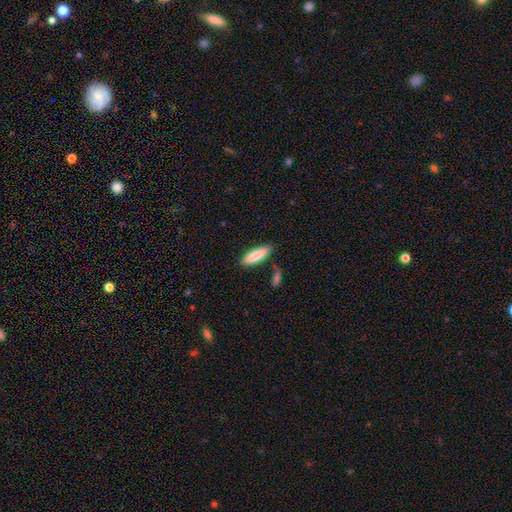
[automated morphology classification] Smooth or featured? smooth (82%)
How rounded? cigar-shaped (59%)
Merging? none (76%)